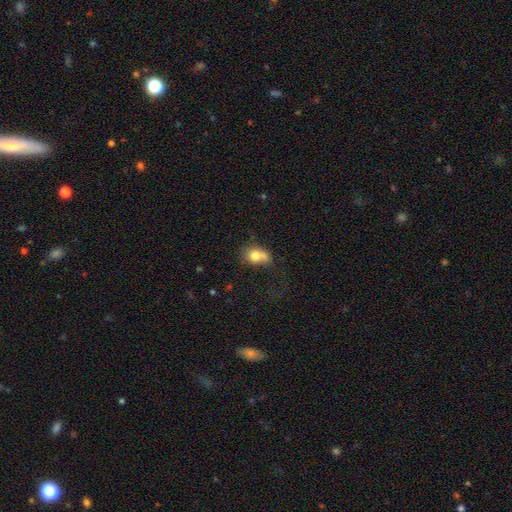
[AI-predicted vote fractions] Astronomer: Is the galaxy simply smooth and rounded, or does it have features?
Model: smooth — 75%.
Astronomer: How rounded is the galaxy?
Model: in between — 55% (runner-up: round, 43%).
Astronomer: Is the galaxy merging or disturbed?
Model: none — 31% (runner-up: minor disturbance, 26%).